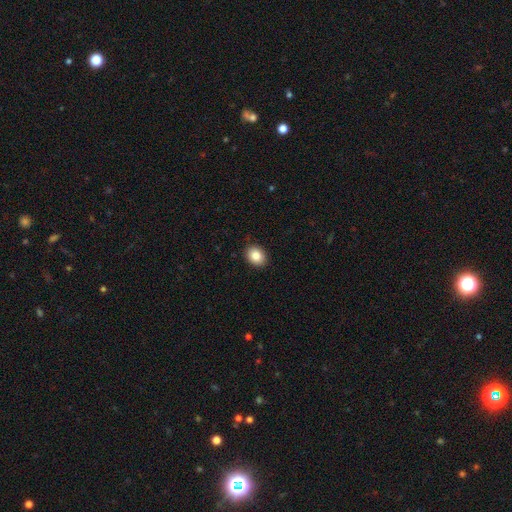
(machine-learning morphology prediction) type=smooth (87%); roundness=in between (58%); merging=none (90%).